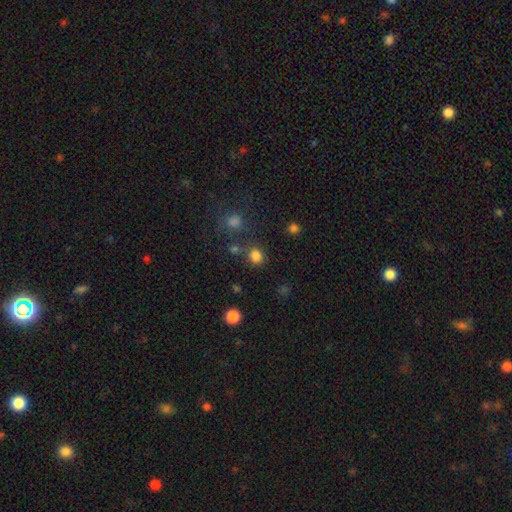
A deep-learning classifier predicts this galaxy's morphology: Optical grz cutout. It shows a smooth galaxy with no disk features (80%) that is round (77%). Merging: none (73%).